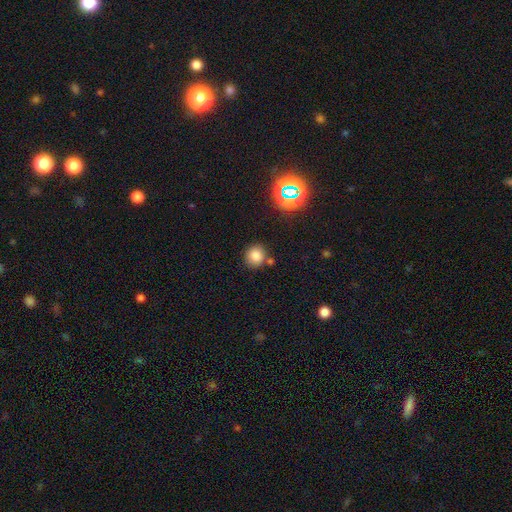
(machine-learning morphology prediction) smooth_or_featured: smooth (p=0.79) [alt: star or artifact p=0.15]
how_rounded: round (p=0.82) [alt: in between p=0.17]
merging: none (p=0.76) [alt: minor disturbance p=0.11]